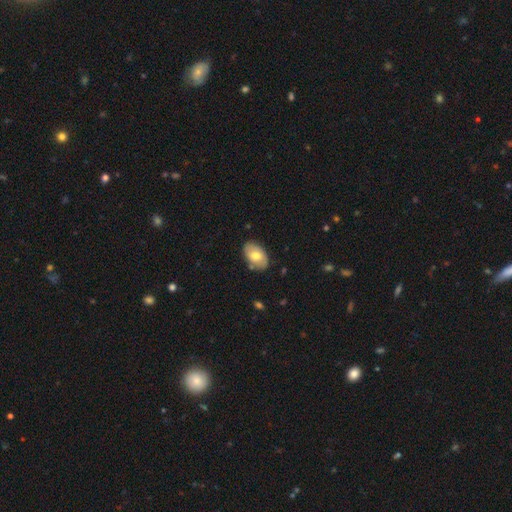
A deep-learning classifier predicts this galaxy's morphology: The model was most divided on "smooth or featured": smooth: 68%, featured or disk: 26%, star or artifact: 6%. More confident: how rounded — in between (91%); merging — none (81%).